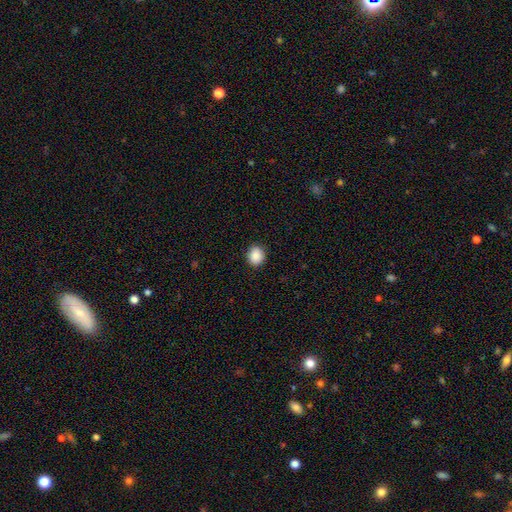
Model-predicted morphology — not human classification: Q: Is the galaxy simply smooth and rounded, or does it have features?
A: smooth — 88%.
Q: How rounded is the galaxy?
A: round — 75%.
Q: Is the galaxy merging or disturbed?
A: none — 90%.